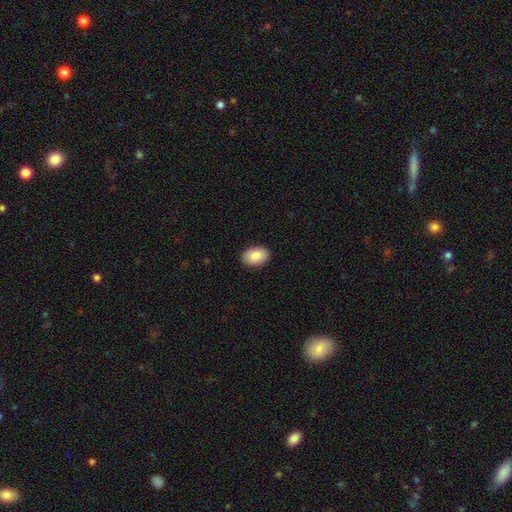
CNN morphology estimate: A smooth galaxy with no disk features (87%) that is in between round and cigar-shaped (87%). Merging: none (90%).